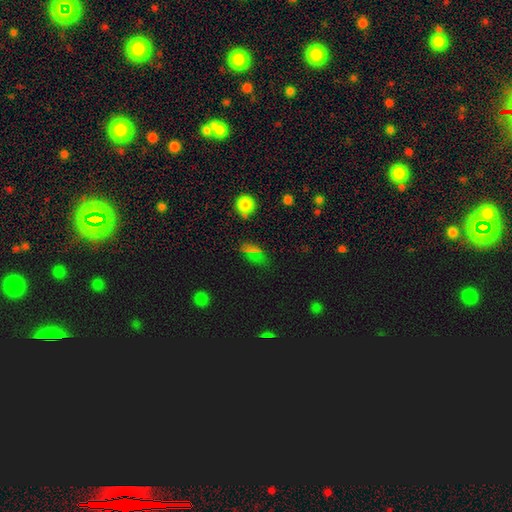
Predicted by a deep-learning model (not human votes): Smooth or featured? Predicted: smooth (p=0.54). How rounded? Predicted: in between (p=0.70). Merging? Predicted: none (p=0.77).